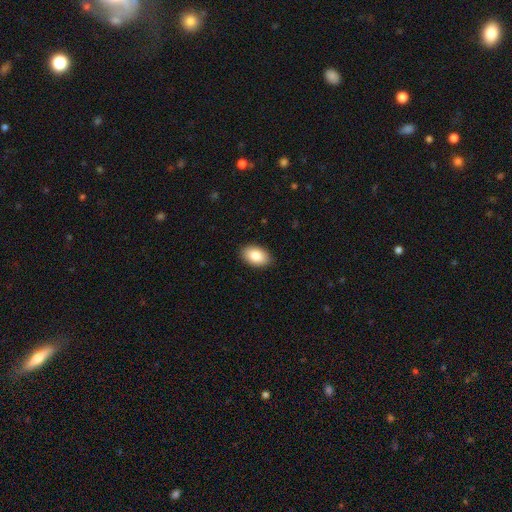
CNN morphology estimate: Overall: smooth (86%). How rounded: in between (92%). Merging: none (89%).